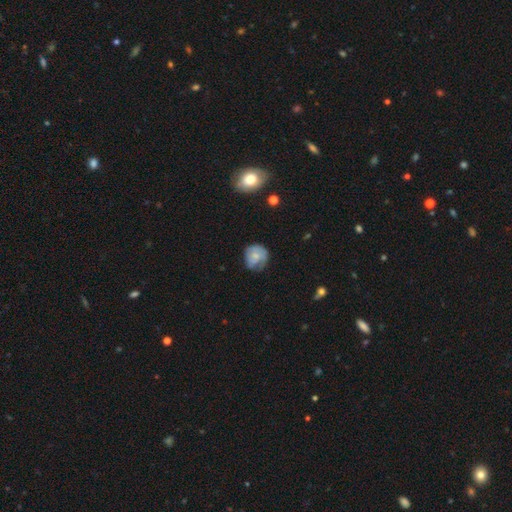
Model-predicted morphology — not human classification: The model was most divided on "smooth or featured": smooth: 50%, featured or disk: 42%, star or artifact: 8%. More confident: merging — none (56%).